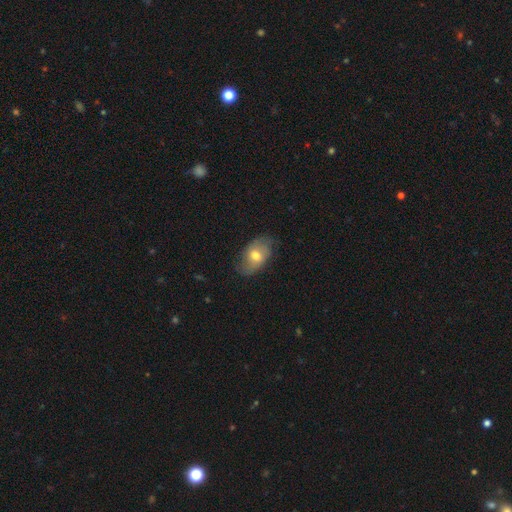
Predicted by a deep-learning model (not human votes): smooth 54%, featured or disk 38%, star or artifact 7%. Down the decision tree: how rounded — in between (86%); merging — none (68%).